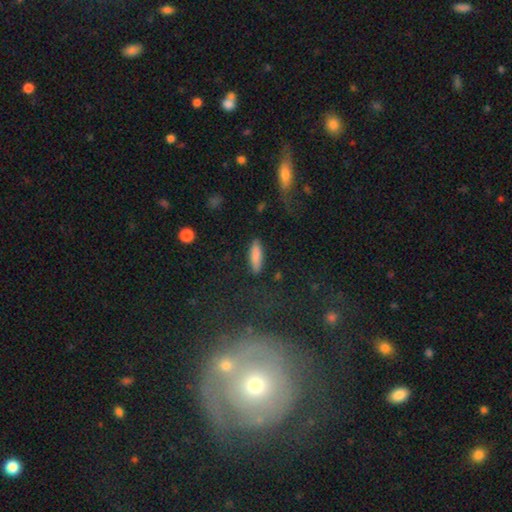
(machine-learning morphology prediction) smooth-or-featured: smooth: 84% | featured or disk: 9% | star or artifact: 6%
  how-rounded: cigar-shaped: 57% | in between: 41% | round: 2%
  merging: none: 85% | minor disturbance: 11% | major disturbance: 3% | merger: 2%